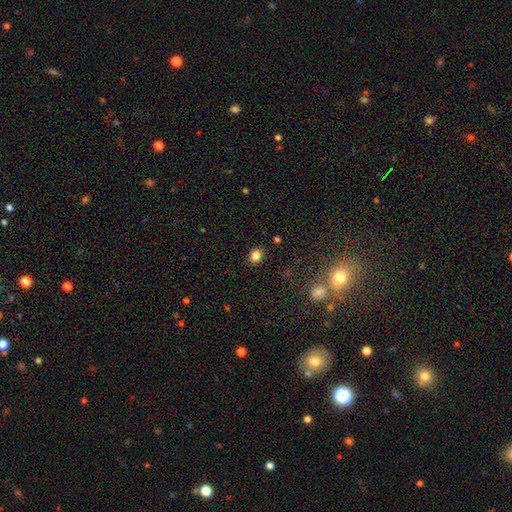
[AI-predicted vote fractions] The model was most divided on "how rounded": round: 60%, in between: 39%, cigar-shaped: 1%. More confident: merging — none (88%); smooth or featured — smooth (82%).